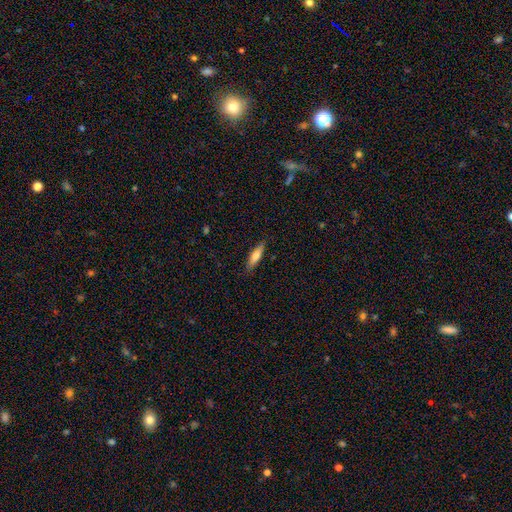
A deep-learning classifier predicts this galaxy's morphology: A smooth galaxy with no disk features (66%) that is cigar-shaped (68%).

Vote fractions:
- Smooth or featured? smooth: 66% / featured or disk: 27% / star or artifact: 6%
- How rounded? cigar-shaped: 68% / in between: 30% / round: 2%
- Merging? none: 87% / minor disturbance: 10% / major disturbance: 2% / merger: 1%